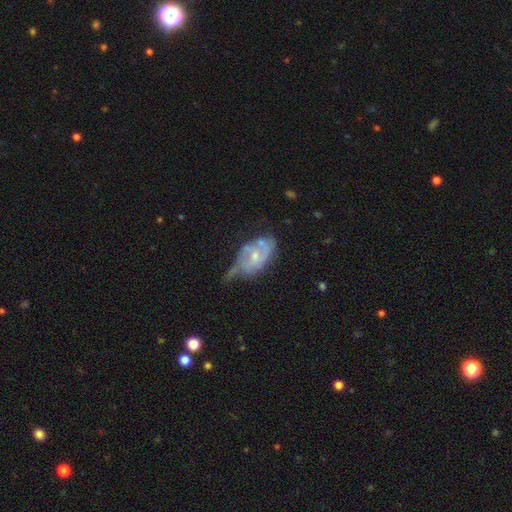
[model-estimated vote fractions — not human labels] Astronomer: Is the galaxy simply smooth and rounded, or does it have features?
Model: featured or disk — 70%.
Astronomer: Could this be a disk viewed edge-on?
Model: no — 95%.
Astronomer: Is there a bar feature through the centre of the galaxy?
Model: no — 68%.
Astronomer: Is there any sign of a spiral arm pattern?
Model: yes — 68%.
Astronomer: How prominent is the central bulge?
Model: small — 53% (runner-up: moderate, 41%).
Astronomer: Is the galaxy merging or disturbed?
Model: minor disturbance — 36% (runner-up: none, 28%).